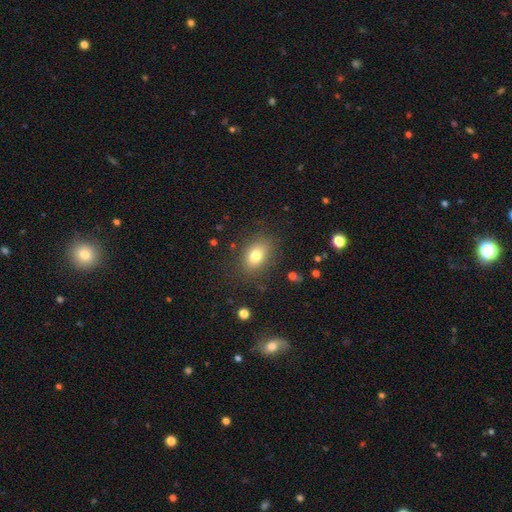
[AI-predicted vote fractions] This appears to be a smooth galaxy with no disk features (79%) that is in between round and cigar-shaped (77%). Merging: none (83%).